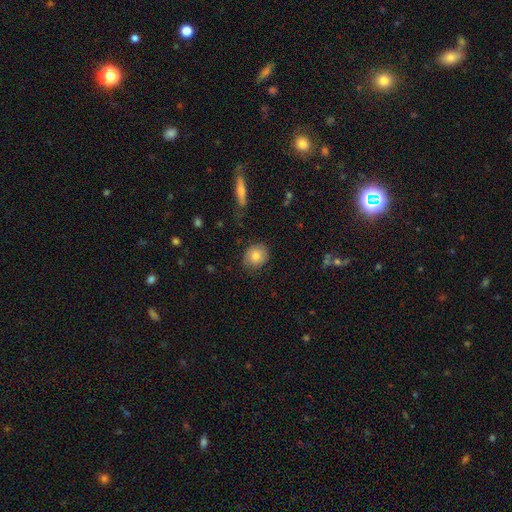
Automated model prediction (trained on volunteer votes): Smooth or featured? smooth (77%)
How rounded? round (77%)
Merging? none (81%)